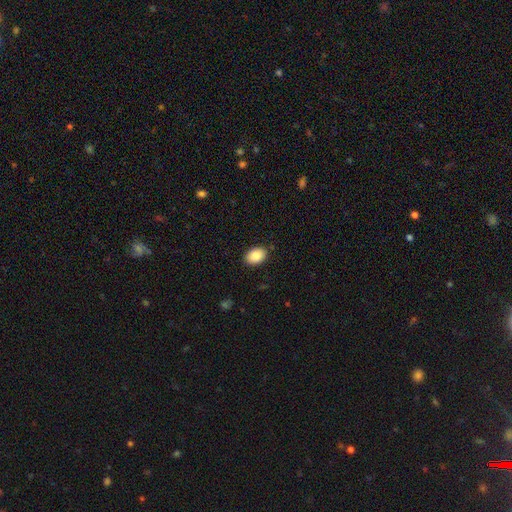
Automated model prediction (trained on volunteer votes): The model was most divided on "how rounded": in between: 82%, round: 17%, cigar-shaped: 1%. More confident: smooth or featured — smooth (88%); merging — none (87%).